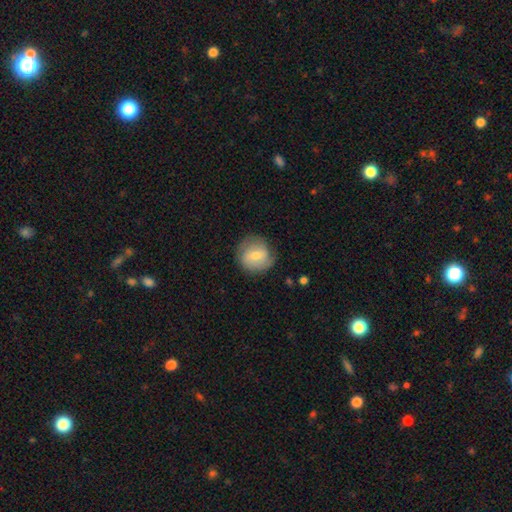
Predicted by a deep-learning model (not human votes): A smooth galaxy with no disk features (53%) that is round (86%). Merging: none (76%).